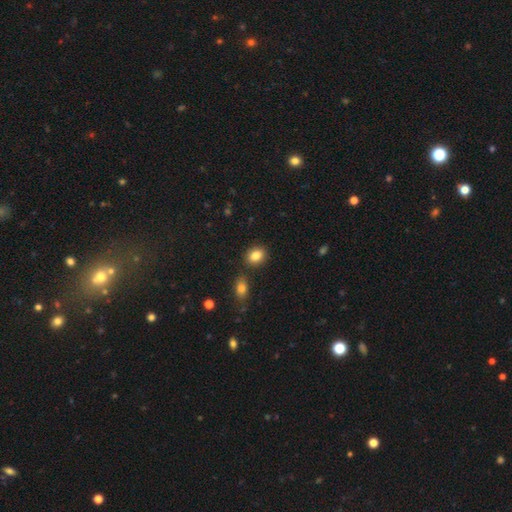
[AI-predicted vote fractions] smooth_or_featured: smooth (p=0.84) [alt: star or artifact p=0.09]
how_rounded: in between (p=0.59) [alt: round p=0.40]
merging: none (p=0.81) [alt: minor disturbance p=0.10]